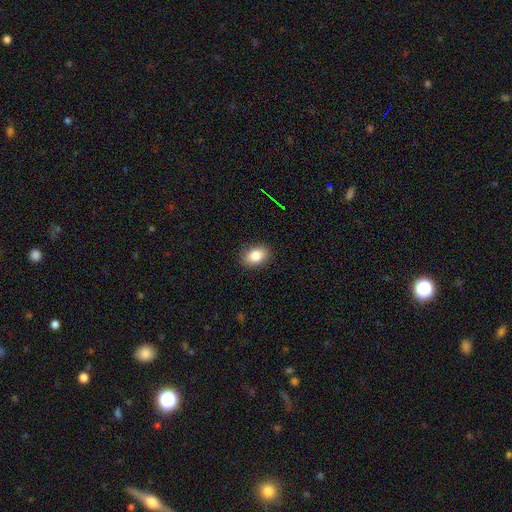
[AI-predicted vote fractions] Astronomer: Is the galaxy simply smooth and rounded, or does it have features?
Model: smooth — 85%.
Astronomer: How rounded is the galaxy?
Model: in between — 81%.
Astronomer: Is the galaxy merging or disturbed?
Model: none — 87%.